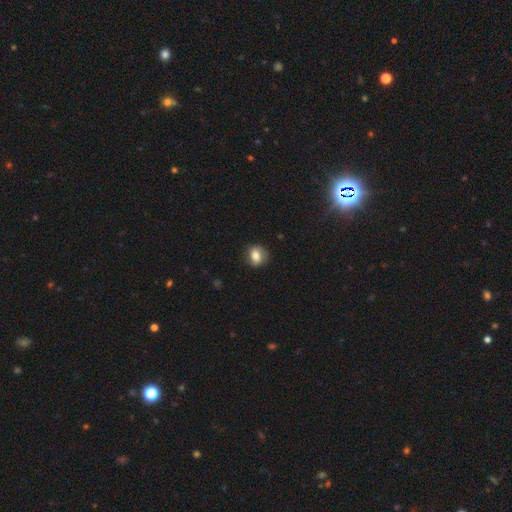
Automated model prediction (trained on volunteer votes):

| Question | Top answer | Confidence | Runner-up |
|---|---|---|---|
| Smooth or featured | smooth | 67% | featured or disk (24%) |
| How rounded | round | 63% | in between (35%) |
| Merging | none | 79% | minor disturbance (15%) |